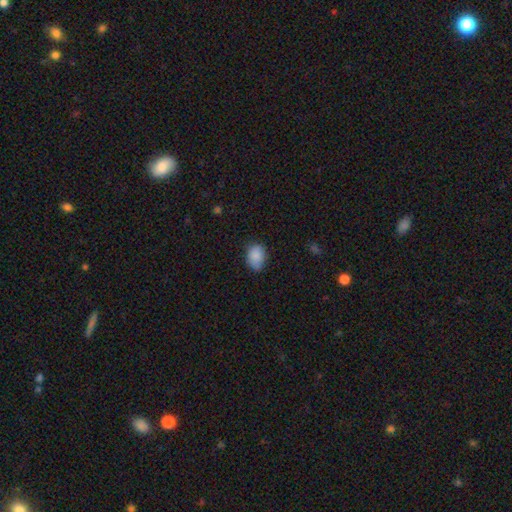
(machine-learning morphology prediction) Smooth or featured? Predicted: smooth (p=0.87). How rounded? Predicted: in between (p=0.77). Merging? Predicted: none (p=0.67).